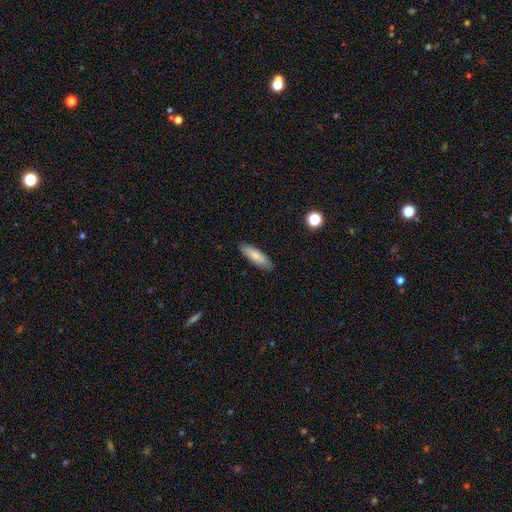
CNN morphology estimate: This appears to be a smooth galaxy with no disk features (80%) that is cigar-shaped (55%). Merging: none (88%).